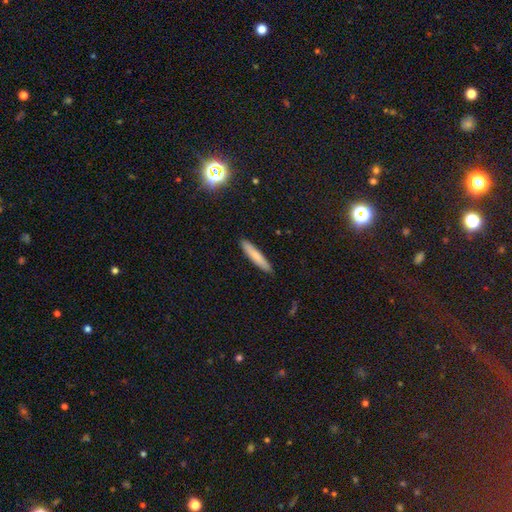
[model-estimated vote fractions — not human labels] This appears to be a smooth galaxy with no disk features (76%) that is cigar-shaped (91%). Merging: none (90%).